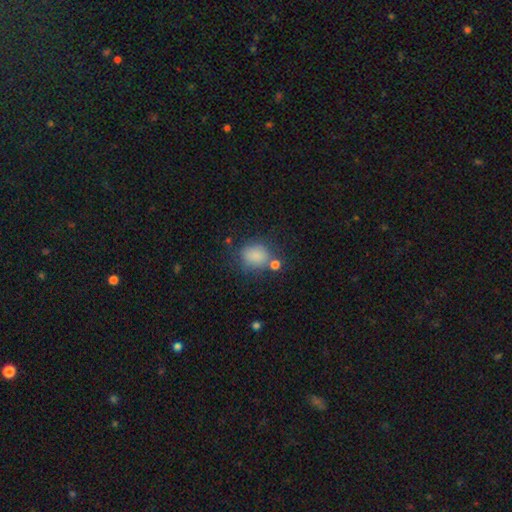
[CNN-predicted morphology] type=smooth (82%); roundness=round (61%); merging=none (60%).